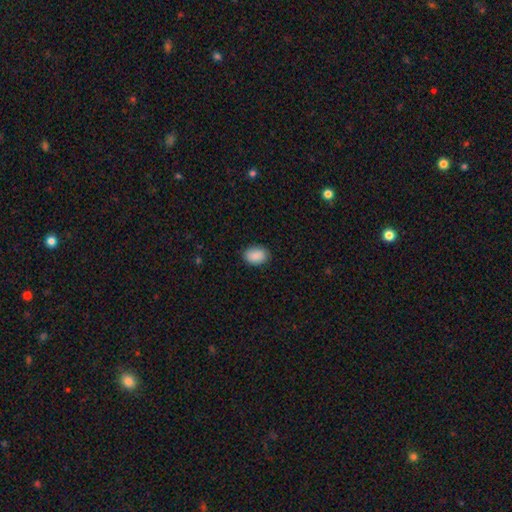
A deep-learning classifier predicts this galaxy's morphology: Smooth or featured: smooth — 90% (star or artifact — 7%)
How rounded: in between — 79% (round — 20%)
Merging: none — 87% (minor disturbance — 10%)